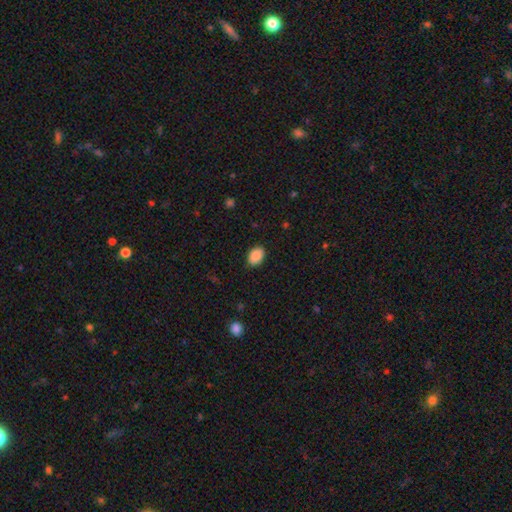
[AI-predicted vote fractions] smooth 89%, star or artifact 7%, featured or disk 4%. Down the decision tree: how rounded — in between (79%); merging — none (87%).